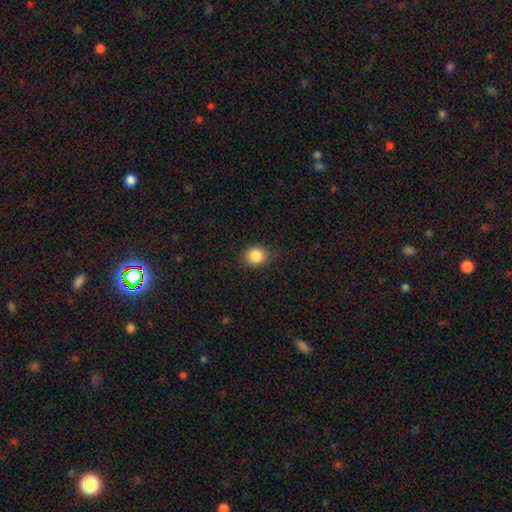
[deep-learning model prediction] smooth-or-featured: smooth: 86% | star or artifact: 9% | featured or disk: 5%
  how-rounded: round: 69% | in between: 30% | cigar-shaped: 1%
  merging: none: 85% | minor disturbance: 12% | major disturbance: 3% | merger: 1%